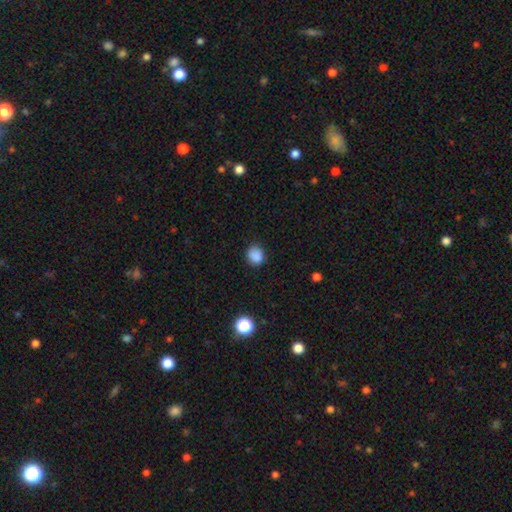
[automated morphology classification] This is clearly a smooth galaxy (84%). How rounded: likely round (77%). Merging: likely none (80%).